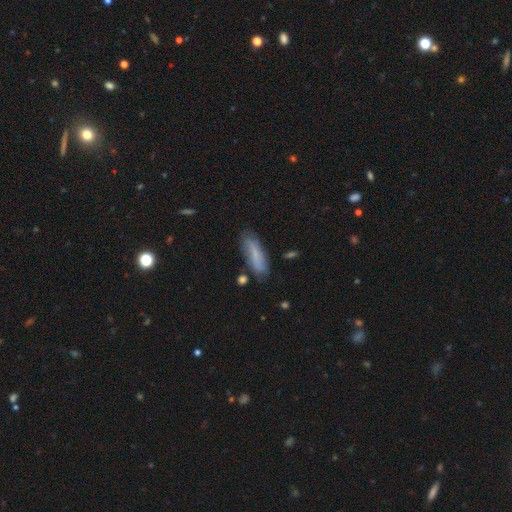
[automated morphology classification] smooth_or_featured: smooth (p=0.66) [alt: featured or disk p=0.26]
how_rounded: in between (p=0.52) [alt: cigar-shaped p=0.46]
merging: none (p=0.70) [alt: minor disturbance p=0.21]